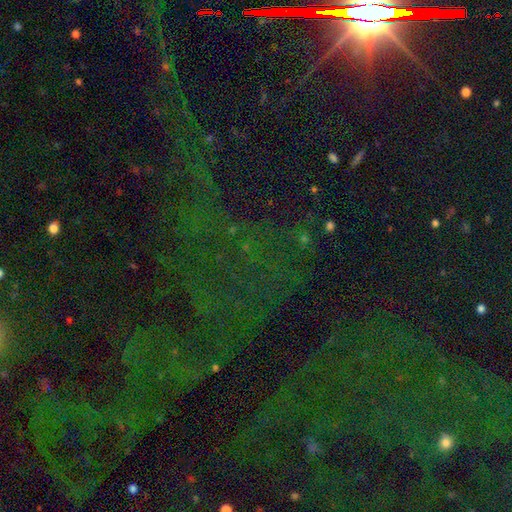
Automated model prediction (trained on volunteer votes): A star or artifact, not a galaxy (81%).